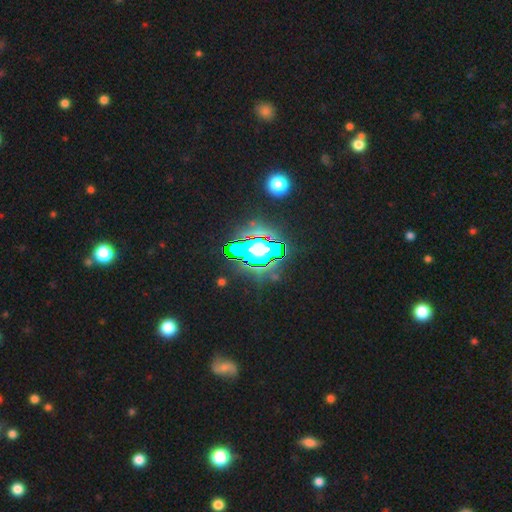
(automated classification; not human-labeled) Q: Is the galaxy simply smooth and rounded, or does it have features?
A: star or artifact — 83%.